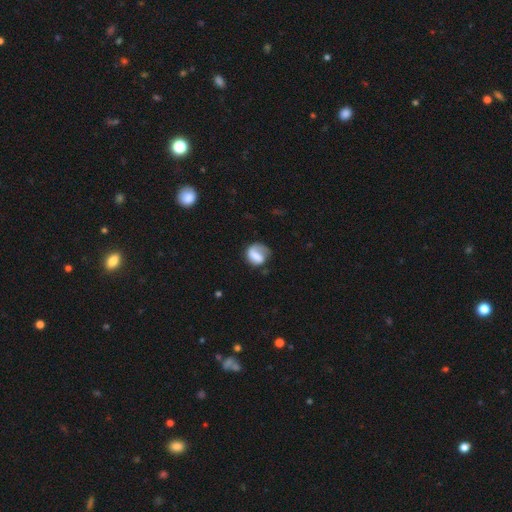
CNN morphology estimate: A featured or disk galaxy (50%). Merging: none (49%).